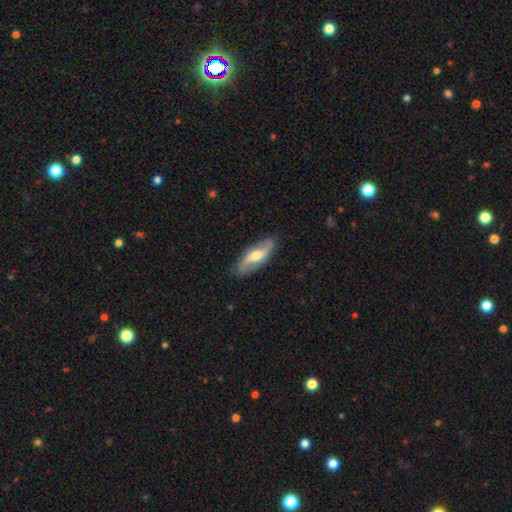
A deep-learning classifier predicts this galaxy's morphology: Smooth or featured: featured or disk — 75% (smooth — 20%)
Edge-on disk: no — 86% (yes — 14%)
Bar: weak — 45% (no — 28%)
Spiral arms: yes — 91% (no — 9%)
Spiral winding: loose — 66% (medium — 25%)
Spiral arm count: 2 — 91% (can't tell — 4%)
Bulge size: moderate — 66% (small — 19%)
Merging: none — 84% (minor disturbance — 11%)